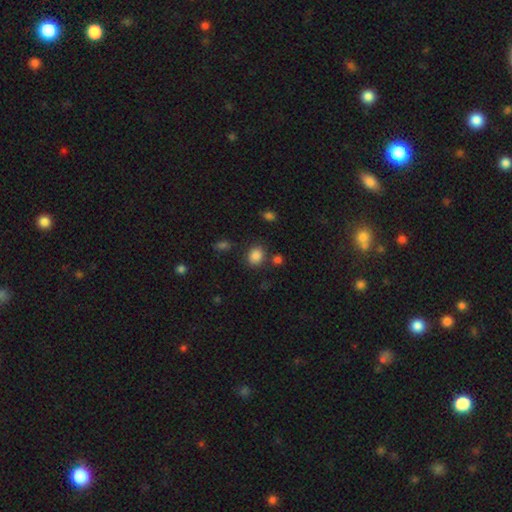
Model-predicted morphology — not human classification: smooth-or-featured: smooth: 85% | star or artifact: 11% | featured or disk: 4%
  how-rounded: round: 62% | in between: 37% | cigar-shaped: 1%
  merging: none: 78% | minor disturbance: 12% | merger: 6% | major disturbance: 4%